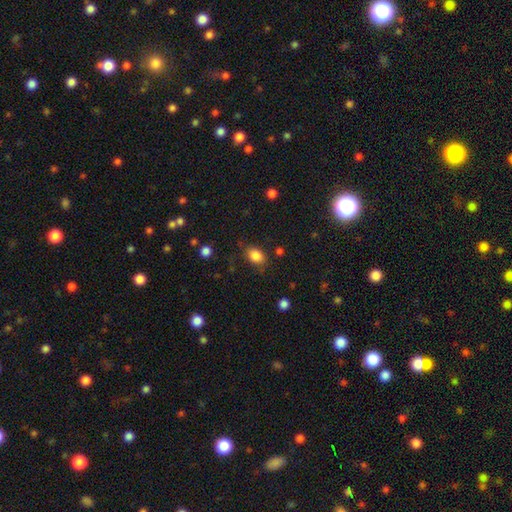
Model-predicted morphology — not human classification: Smooth or featured? smooth (85%)
How rounded? in between (69%)
Merging? none (77%)